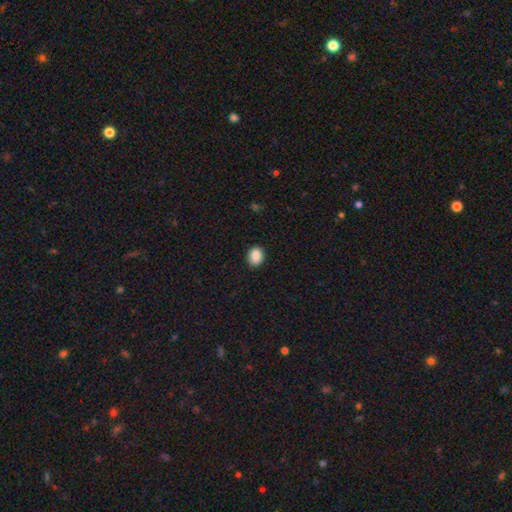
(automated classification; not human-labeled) smooth_or_featured: smooth (p=0.89) [alt: star or artifact p=0.08]
how_rounded: in between (p=0.55) [alt: round p=0.44]
merging: none (p=0.90) [alt: minor disturbance p=0.07]